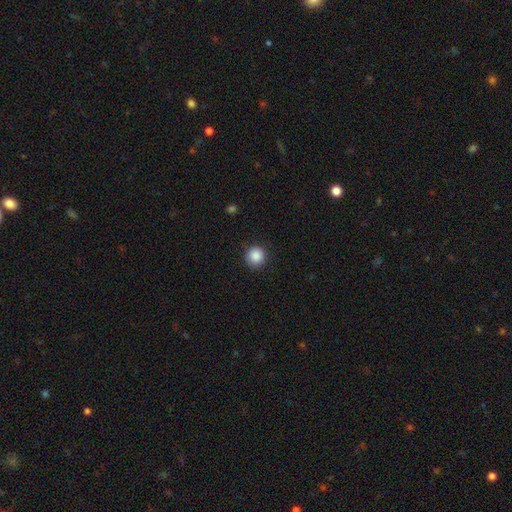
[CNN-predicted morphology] A smooth galaxy with no disk features (88%) that is round (94%).

Vote fractions:
- Smooth or featured? smooth: 88% / star or artifact: 9% / featured or disk: 3%
- How rounded? round: 94% / in between: 5% / cigar-shaped: 1%
- Merging? none: 90% / minor disturbance: 7% / major disturbance: 2% / merger: 1%